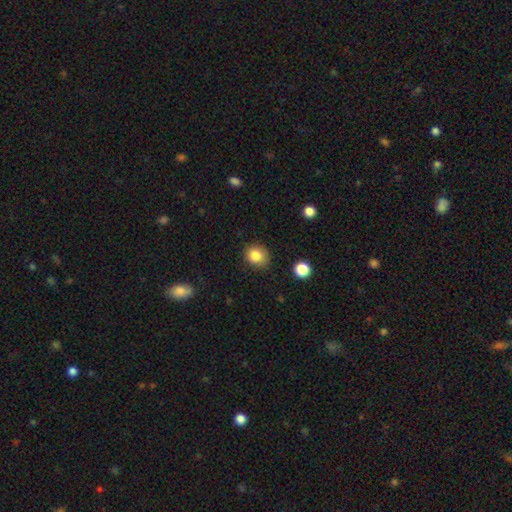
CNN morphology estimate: Smooth or featured?
  - smooth: 84% *
  - star or artifact: 11%
  - featured or disk: 6%
How rounded?
  - round: 75% *
  - in between: 24%
  - cigar-shaped: 1%
Merging?
  - none: 81% *
  - minor disturbance: 14%
  - major disturbance: 3%
  - merger: 2%